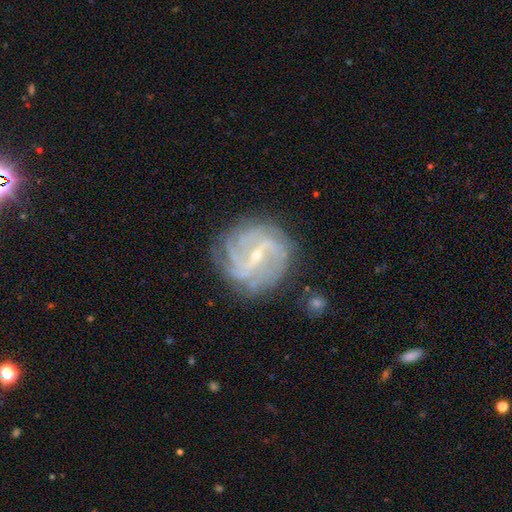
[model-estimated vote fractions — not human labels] This appears to be a featured or disk galaxy (86%) with a weak bar (47%), medium (40%, tied with tight) spiral arms (95%) and a small central bulge (77%). Merging: none (77%).